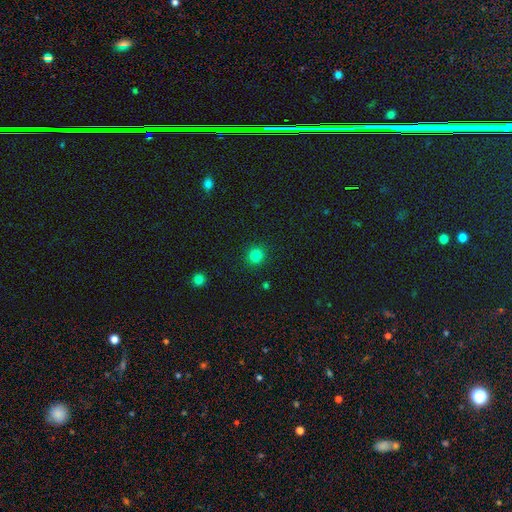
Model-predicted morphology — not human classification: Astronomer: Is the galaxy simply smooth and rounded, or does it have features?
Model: smooth — 83%.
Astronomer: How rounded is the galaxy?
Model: round — 92%.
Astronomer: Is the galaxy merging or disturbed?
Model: none — 91%.